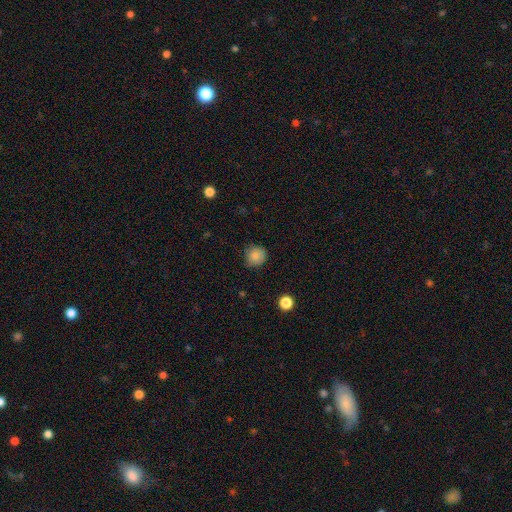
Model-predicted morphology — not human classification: smooth_or_featured: smooth (p=0.85) [alt: star or artifact p=0.10]
how_rounded: round (p=0.92) [alt: in between p=0.07]
merging: none (p=0.84) [alt: minor disturbance p=0.13]